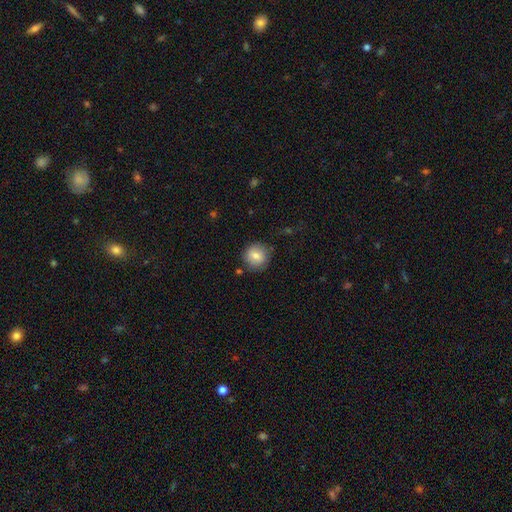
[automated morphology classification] Overall: smooth (78%). How rounded: round (90%). Merging: none (82%).